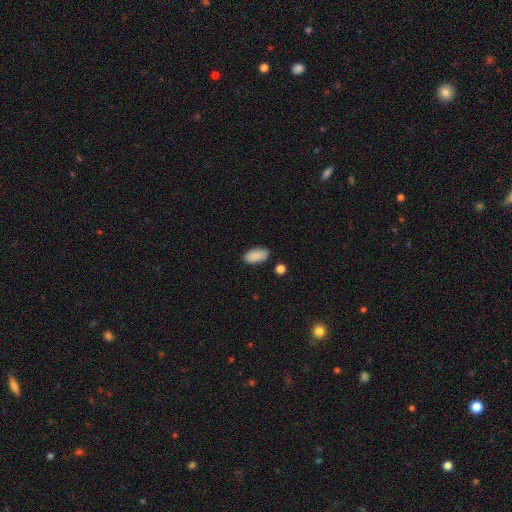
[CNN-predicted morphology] Overall: smooth (88%). How rounded: in between (94%). Merging: none (84%).